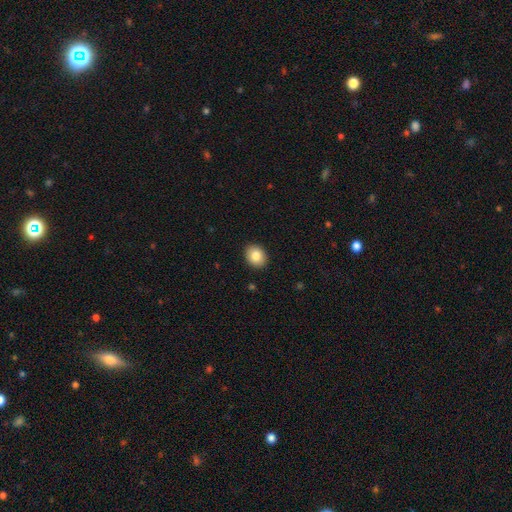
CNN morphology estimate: smooth-or-featured: smooth: 84% | star or artifact: 8% | featured or disk: 8%
  how-rounded: in between: 51% | round: 48% | cigar-shaped: 1%
  merging: none: 91% | minor disturbance: 7% | major disturbance: 2% | merger: 1%